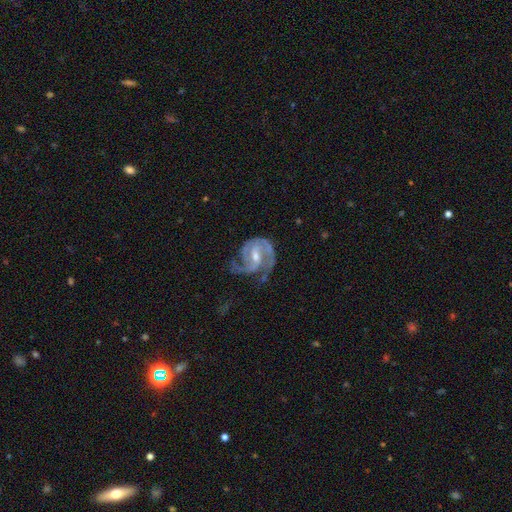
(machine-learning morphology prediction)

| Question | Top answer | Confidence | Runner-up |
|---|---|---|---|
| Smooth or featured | featured or disk | 89% | smooth (5%) |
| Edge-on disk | no | 98% | yes (2%) |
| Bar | weak | 49% | strong (32%) |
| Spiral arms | yes | 97% | no (3%) |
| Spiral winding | medium | 50% | tight (35%) |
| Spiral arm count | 2 | 51% | 3 (26%) |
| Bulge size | moderate | 52% | small (42%) |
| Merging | none | 51% | minor disturbance (23%) |